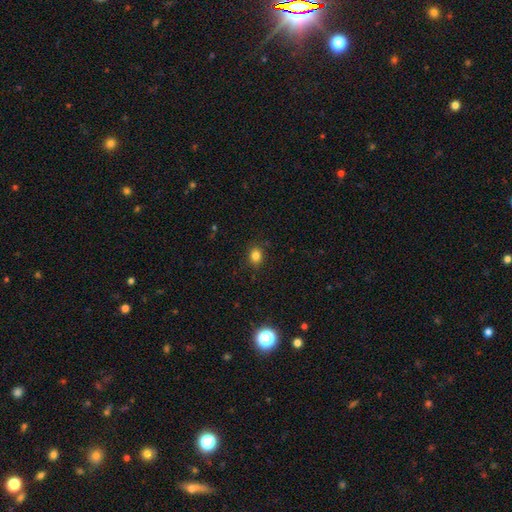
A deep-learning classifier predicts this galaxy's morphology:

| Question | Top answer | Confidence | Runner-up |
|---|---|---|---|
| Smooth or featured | smooth | 82% | star or artifact (13%) |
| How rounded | round | 60% | in between (39%) |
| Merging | none | 87% | minor disturbance (9%) |